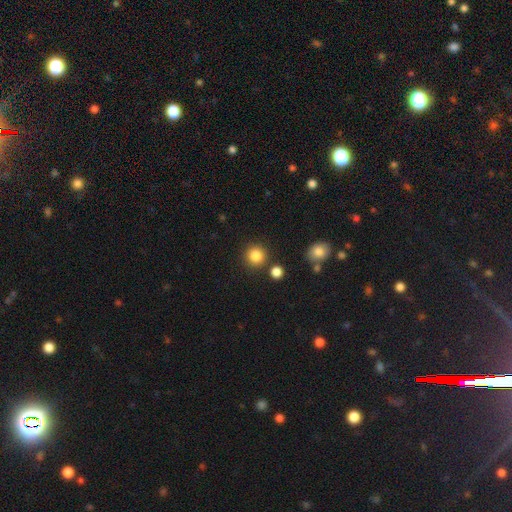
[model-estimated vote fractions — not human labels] The model was most divided on "smooth or featured": smooth: 85%, star or artifact: 11%, featured or disk: 4%. More confident: how rounded — round (93%); merging — none (85%).